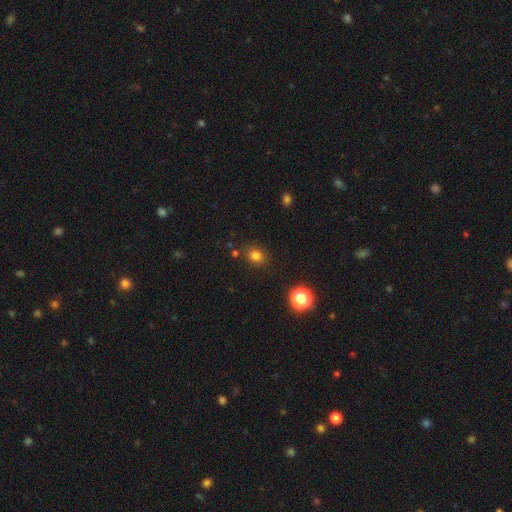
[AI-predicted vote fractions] smooth_or_featured: smooth (p=0.79) [alt: star or artifact p=0.15]
how_rounded: round (p=0.59) [alt: in between p=0.40]
merging: none (p=0.83) [alt: minor disturbance p=0.10]